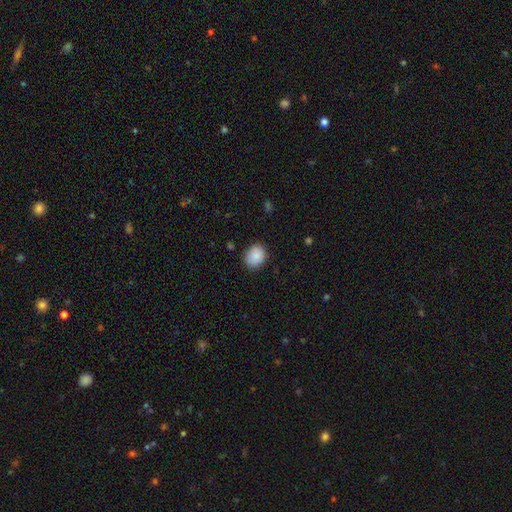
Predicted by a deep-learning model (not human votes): Smooth or featured? Predicted: smooth (p=0.89). How rounded? Predicted: round (p=0.56). Merging? Predicted: none (p=0.84).